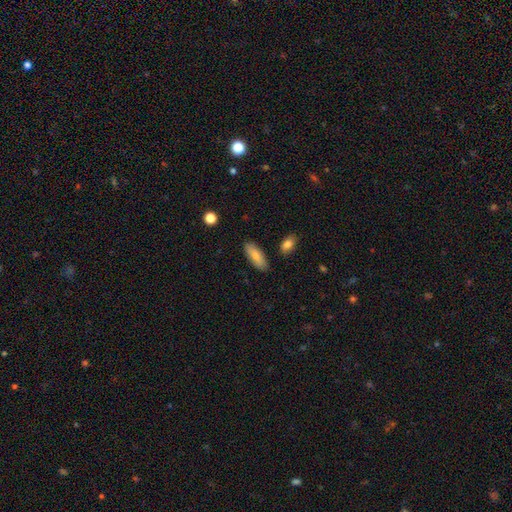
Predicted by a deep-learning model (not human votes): The model was most divided on "how rounded": in between: 74%, cigar-shaped: 24%, round: 2%. More confident: merging — none (85%); smooth or featured — smooth (79%).